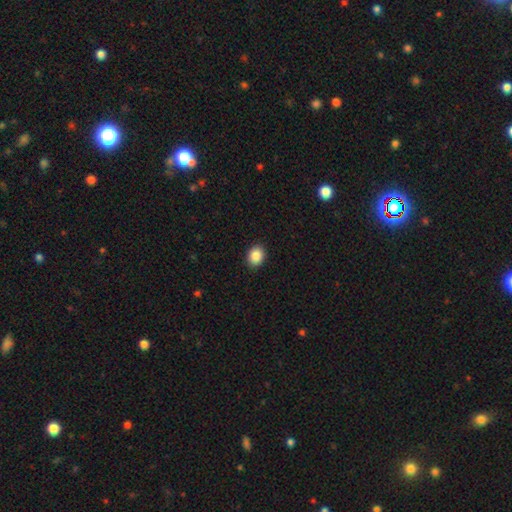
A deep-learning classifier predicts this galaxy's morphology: smooth-or-featured: smooth: 88% | star or artifact: 8% | featured or disk: 4%
  how-rounded: in between: 52% | round: 47% | cigar-shaped: 1%
  merging: none: 91% | minor disturbance: 6% | major disturbance: 2% | merger: 1%